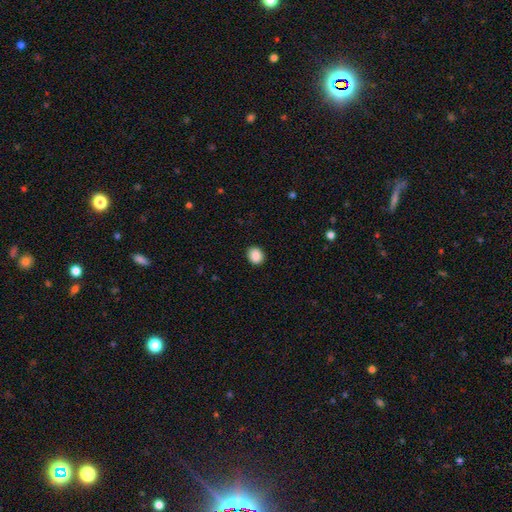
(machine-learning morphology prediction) smooth 89%, star or artifact 8%, featured or disk 3%. Down the decision tree: how rounded — round (64%); merging — none (91%).